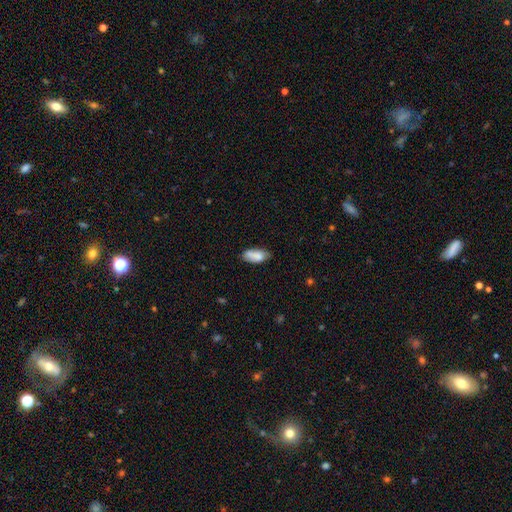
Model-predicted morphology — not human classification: smooth 79%, featured or disk 14%, star or artifact 7%. Down the decision tree: how rounded — in between (88%); merging — none (61%).